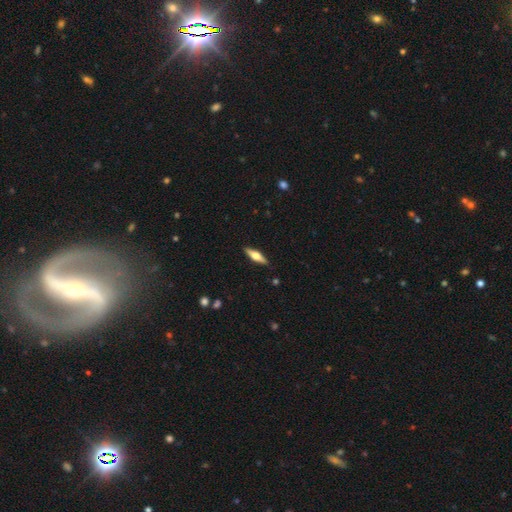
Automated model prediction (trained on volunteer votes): Smooth or featured?
  - featured or disk: 51% *
  - smooth: 43%
  - star or artifact: 6%
Edge-on disk?
  - yes: 94% *
  - no: 6%
Merging?
  - none: 89% *
  - minor disturbance: 8%
  - major disturbance: 2%
  - merger: 1%